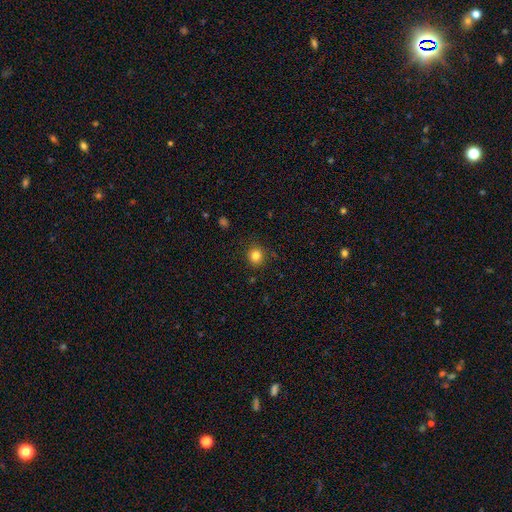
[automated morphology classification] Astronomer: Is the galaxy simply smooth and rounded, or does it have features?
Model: smooth — 82%.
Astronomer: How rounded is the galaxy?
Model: round — 88%.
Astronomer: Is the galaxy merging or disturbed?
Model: none — 87%.